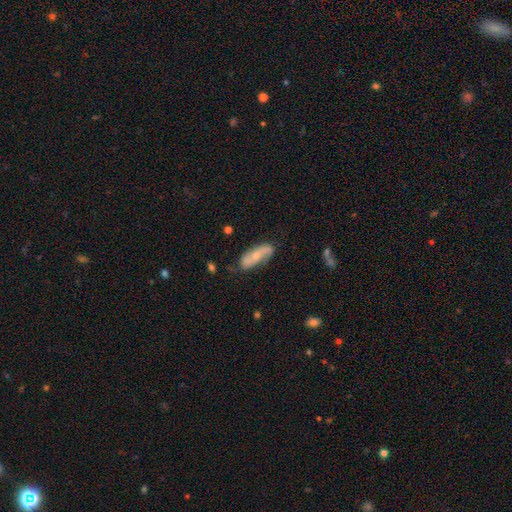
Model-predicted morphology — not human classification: This appears to be a featured or disk galaxy (55%). Merging: none (70%).